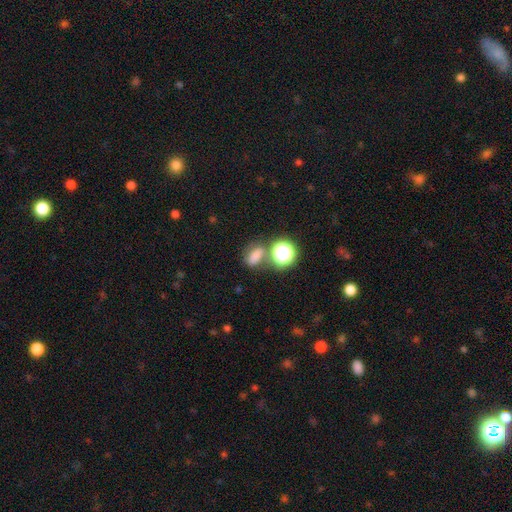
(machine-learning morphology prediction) Smooth or featured?
  - smooth: 70% *
  - star or artifact: 20%
  - featured or disk: 10%
How rounded?
  - in between: 65% *
  - round: 31%
  - cigar-shaped: 4%
Merging?
  - none: 58% *
  - merger: 20%
  - minor disturbance: 15%
  - major disturbance: 7%